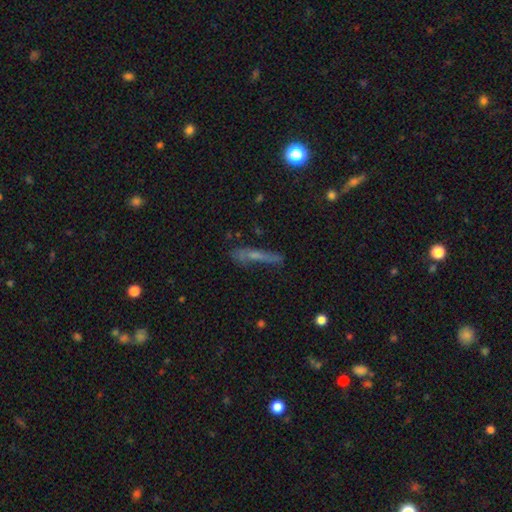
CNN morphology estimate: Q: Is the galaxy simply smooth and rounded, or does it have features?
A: featured or disk — 42%, tied with smooth.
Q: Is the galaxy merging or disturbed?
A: none — 62%.